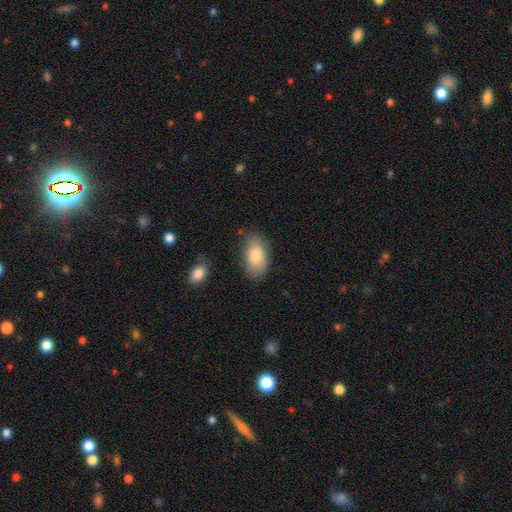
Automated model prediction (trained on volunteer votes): A smooth galaxy with no disk features (84%) that is in between round and cigar-shaped (94%). Merging: none (77%).